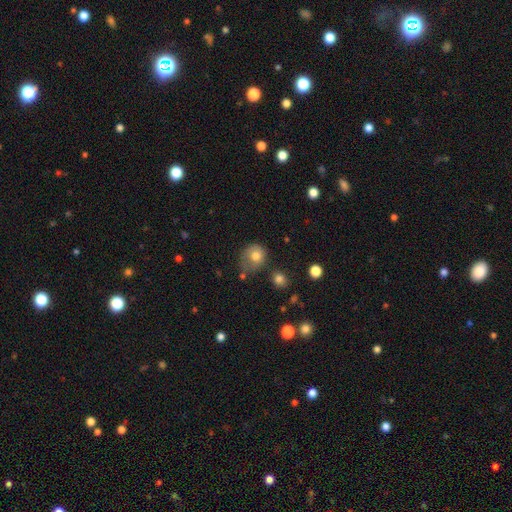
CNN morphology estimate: This is likely a smooth galaxy (75%). How rounded: likely round (70%). Merging: marginally none (41%).